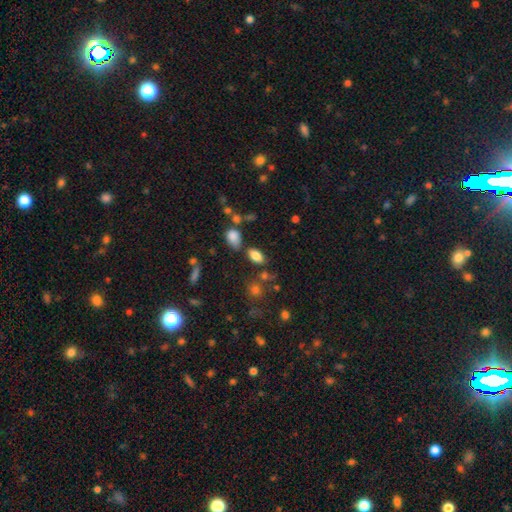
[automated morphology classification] type=smooth (82%); roundness=in between (91%); merging=none (70%).